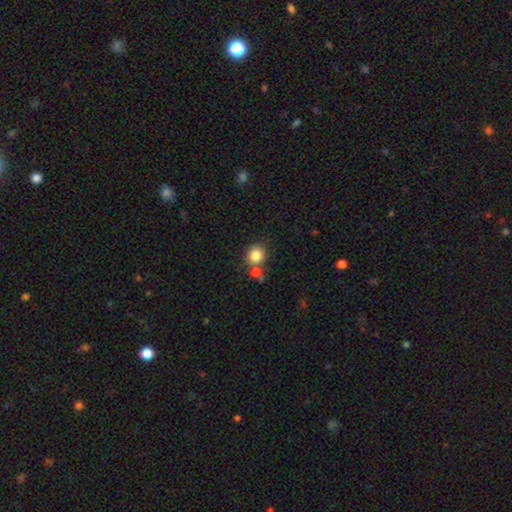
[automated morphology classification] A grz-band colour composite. It shows a smooth galaxy with no disk features (84%) that is round (86%). Merging: none (67%).